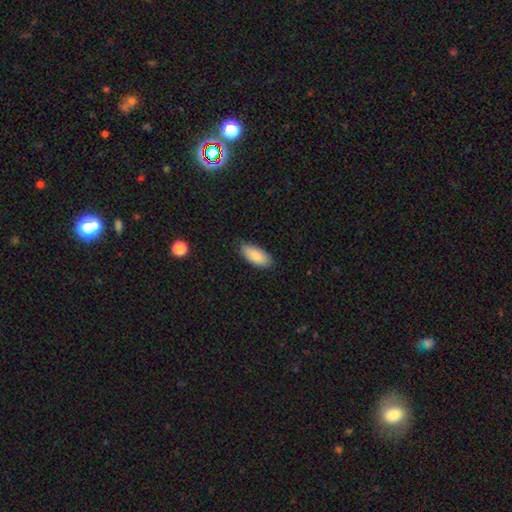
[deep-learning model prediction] A smooth galaxy with no disk features (86%) that is in between round and cigar-shaped (90%).

Vote fractions:
- Smooth or featured? smooth: 86% / featured or disk: 8% / star or artifact: 6%
- How rounded? in between: 90% / cigar-shaped: 8% / round: 2%
- Merging? none: 83% / minor disturbance: 13% / major disturbance: 2% / merger: 1%